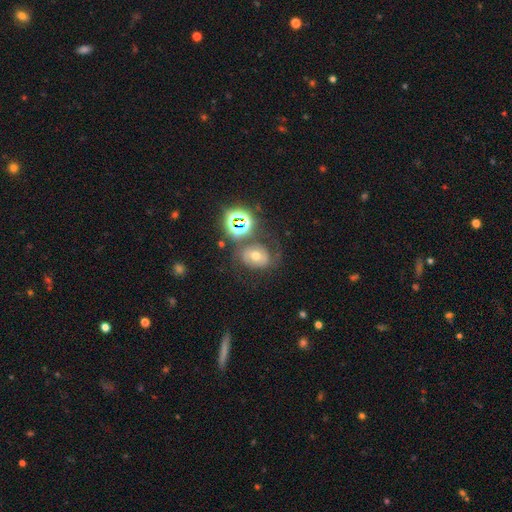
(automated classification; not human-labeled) smooth_or_featured: smooth (p=0.38) [alt: featured or disk p=0.36]
merging: none (p=0.53) [alt: minor disturbance p=0.20]